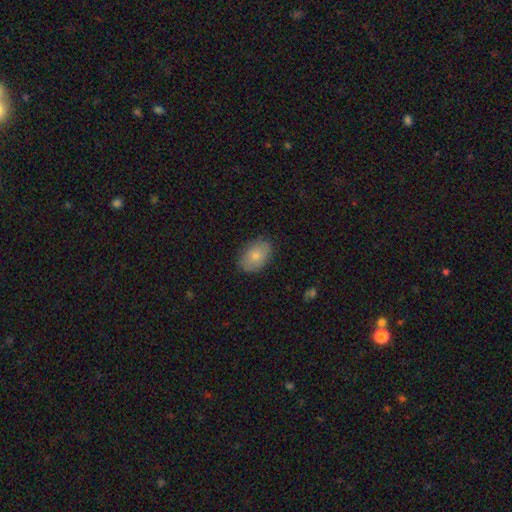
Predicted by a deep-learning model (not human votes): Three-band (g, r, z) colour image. It shows a smooth galaxy with no disk features (77%) that is in between round and cigar-shaped (87%). Merging: none (82%).